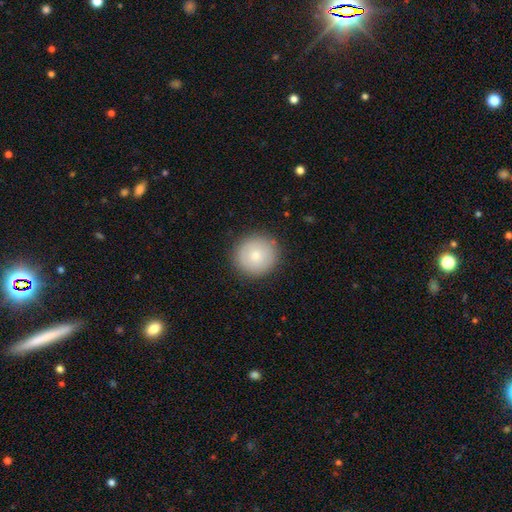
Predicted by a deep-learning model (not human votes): Smooth or featured? Predicted: smooth (p=0.74). How rounded? Predicted: round (p=0.94). Merging? Predicted: none (p=0.89).